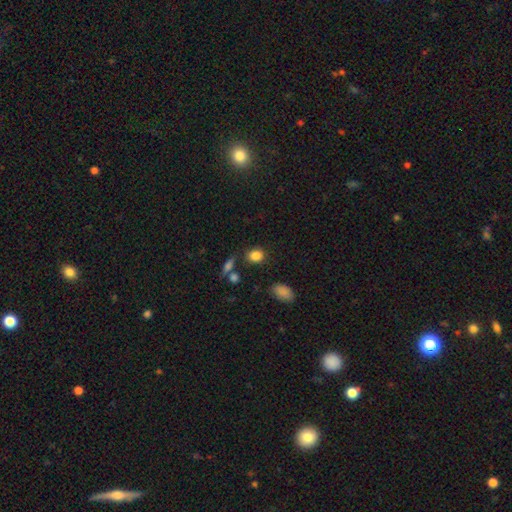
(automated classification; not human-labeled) Smooth or featured? Predicted: smooth (p=0.85). How rounded? Predicted: round (p=0.52). Merging? Predicted: none (p=0.78).